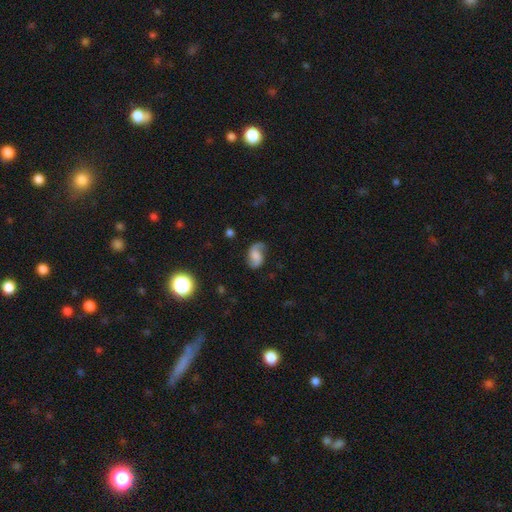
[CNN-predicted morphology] Smooth or featured?
  - featured or disk: 67% *
  - smooth: 24%
  - star or artifact: 9%
Edge-on disk?
  - no: 97% *
  - yes: 3%
Bar?
  - no: 52% *
  - weak: 39%
  - strong: 9%
Spiral arms?
  - yes: 94% *
  - no: 6%
Spiral winding?
  - loose: 55% *
  - medium: 35%
  - tight: 10%
Spiral arm count?
  - 2: 89% *
  - 1: 4%
  - can't tell: 4%
  - 3: 1%
  - 4: 1%
  - more than 4: 1%
Bulge size?
  - none: 32% *
  - moderate: 28%
  - small: 23%
  - large: 15%
  - dominant: 3%
Merging?
  - none: 73% *
  - minor disturbance: 18%
  - major disturbance: 6%
  - merger: 2%